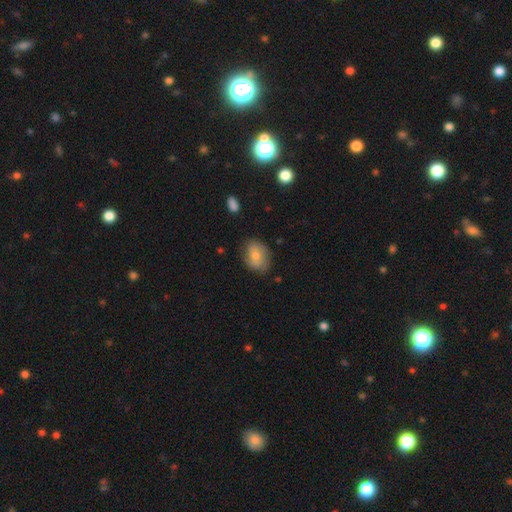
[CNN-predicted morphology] This is likely a smooth galaxy (70%). How rounded: likely in between (70%). Merging: likely none (73%).